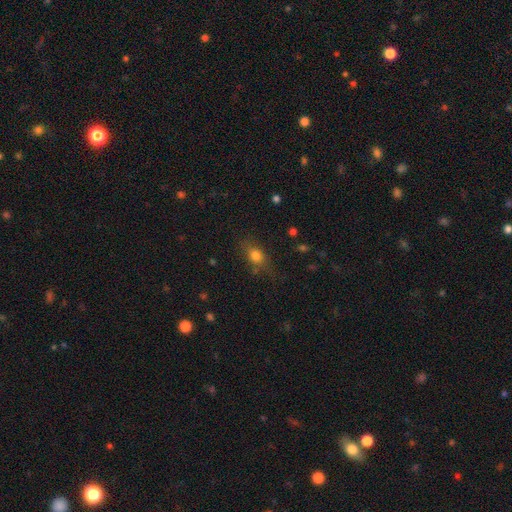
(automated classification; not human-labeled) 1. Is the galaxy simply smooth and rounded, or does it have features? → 75% smooth, 13% featured or disk, 12% star or artifact.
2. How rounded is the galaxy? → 62% in between, 30% round, 8% cigar-shaped.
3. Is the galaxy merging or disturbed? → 68% none, 21% minor disturbance, 9% major disturbance, 3% merger.